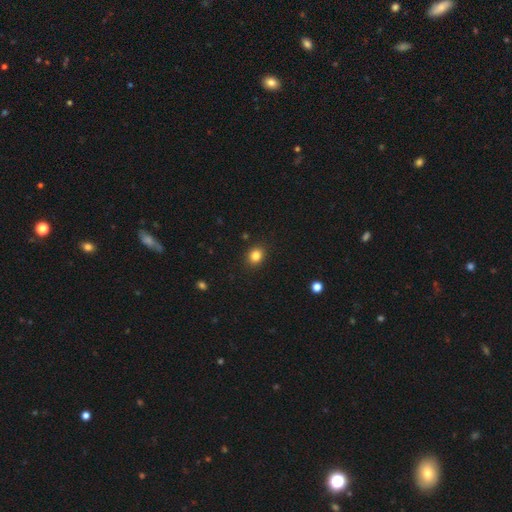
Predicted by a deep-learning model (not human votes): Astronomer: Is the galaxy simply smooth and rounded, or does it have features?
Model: smooth — 84%.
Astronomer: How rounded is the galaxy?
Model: round — 65%.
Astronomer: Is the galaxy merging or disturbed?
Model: none — 90%.